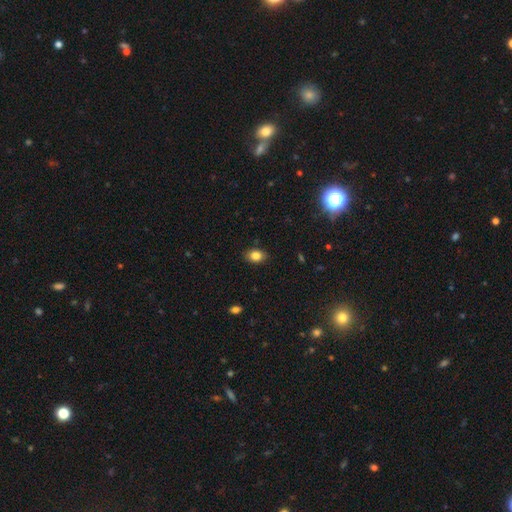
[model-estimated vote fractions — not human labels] smooth-or-featured: smooth: 84% | star or artifact: 10% | featured or disk: 7%
  how-rounded: in between: 73% | round: 26% | cigar-shaped: 1%
  merging: none: 86% | minor disturbance: 11% | major disturbance: 2% | merger: 1%